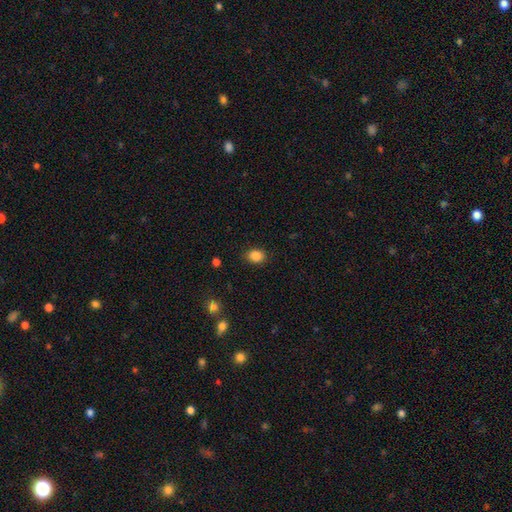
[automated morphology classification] smooth 87%, star or artifact 10%, featured or disk 3%. Down the decision tree: how rounded — in between (58%); merging — none (85%).